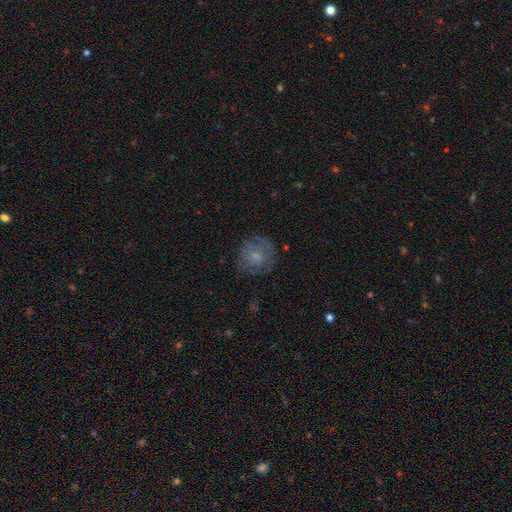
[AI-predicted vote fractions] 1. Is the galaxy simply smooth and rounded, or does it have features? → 52% smooth, 38% featured or disk, 10% star or artifact.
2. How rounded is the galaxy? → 81% round, 18% in between, 1% cigar-shaped.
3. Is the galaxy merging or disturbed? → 66% none, 20% minor disturbance, 12% major disturbance, 1% merger.